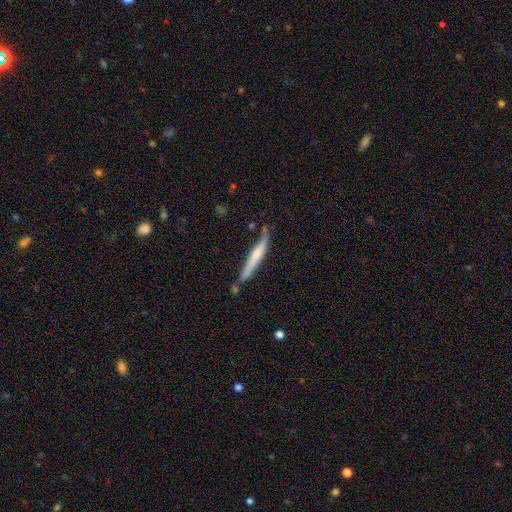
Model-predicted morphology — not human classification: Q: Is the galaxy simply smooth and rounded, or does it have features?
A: smooth — 48%.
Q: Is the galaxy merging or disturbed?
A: none — 61%.